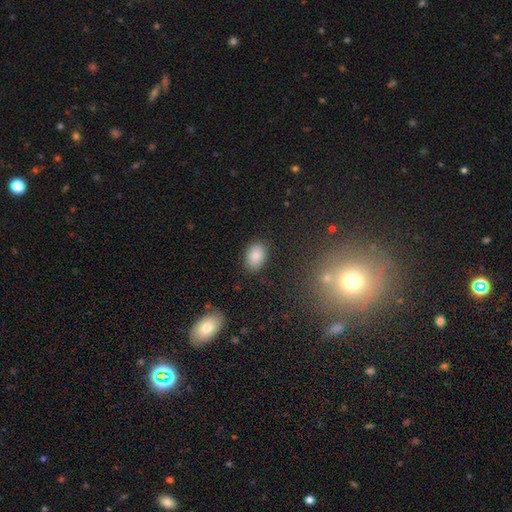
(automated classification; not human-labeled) A smooth galaxy with no disk features (86%) that is in between round and cigar-shaped (81%).

Vote fractions:
- Smooth or featured? smooth: 86% / star or artifact: 8% / featured or disk: 6%
- How rounded? in between: 81% / round: 18% / cigar-shaped: 1%
- Merging? none: 85% / minor disturbance: 11% / major disturbance: 3% / merger: 1%